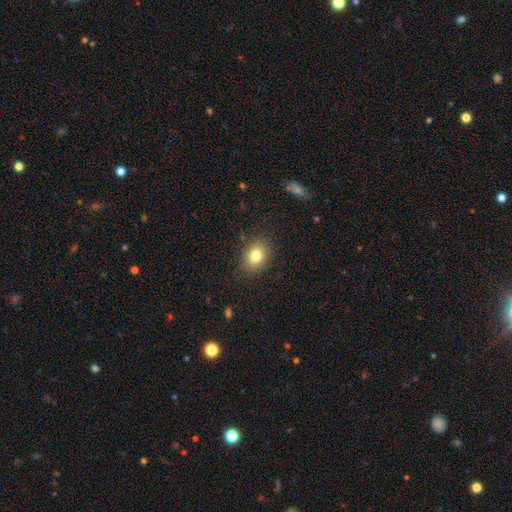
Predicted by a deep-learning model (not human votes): Q: Smooth or featured?
A: smooth (81%); runner-up: star or artifact (10%)
Q: How rounded?
A: in between (59%); runner-up: round (41%)
Q: Merging?
A: none (85%); runner-up: minor disturbance (11%)